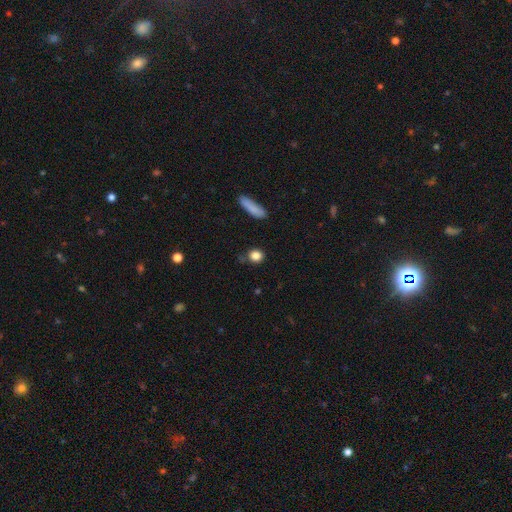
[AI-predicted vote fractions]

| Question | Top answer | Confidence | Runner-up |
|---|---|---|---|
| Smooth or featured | smooth | 85% | star or artifact (10%) |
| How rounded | round | 73% | in between (24%) |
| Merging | none | 76% | minor disturbance (15%) |